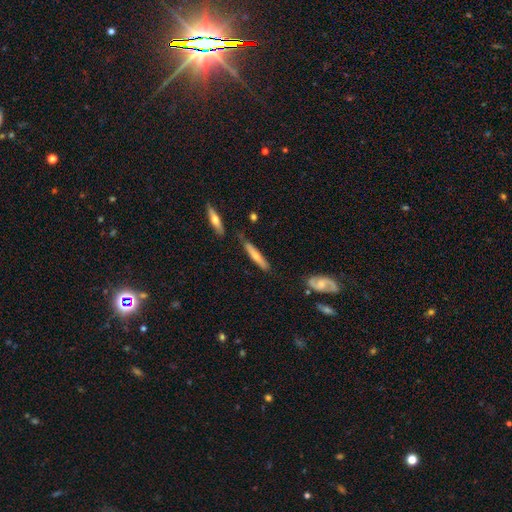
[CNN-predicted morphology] The model was most divided on "smooth or featured": smooth: 53%, featured or disk: 41%, star or artifact: 6%. More confident: how rounded — cigar-shaped (90%); merging — none (75%).